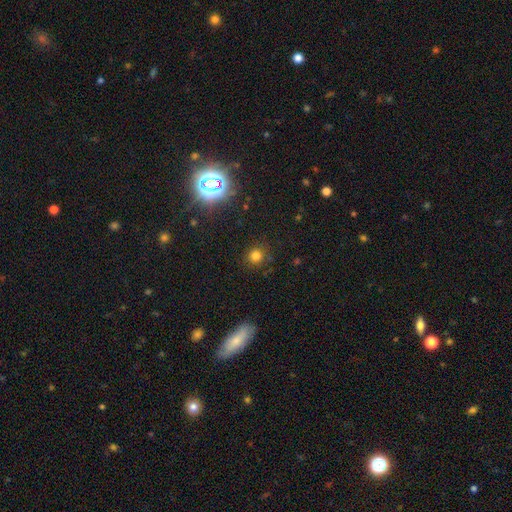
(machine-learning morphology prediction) Smooth or featured? smooth (77%)
How rounded? round (90%)
Merging? none (86%)